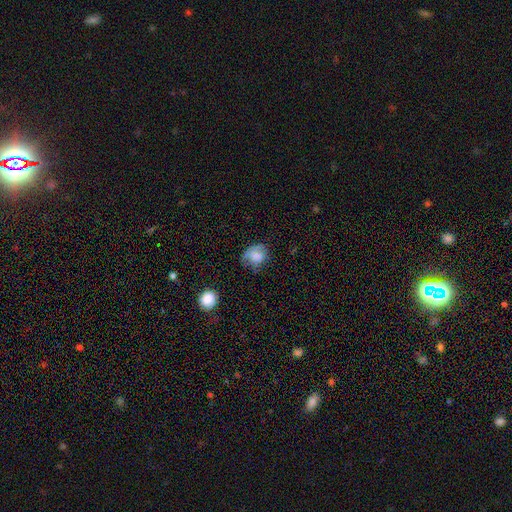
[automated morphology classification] This is likely a smooth galaxy (67%). How rounded: possibly round (58%). Merging: possibly none (47%).